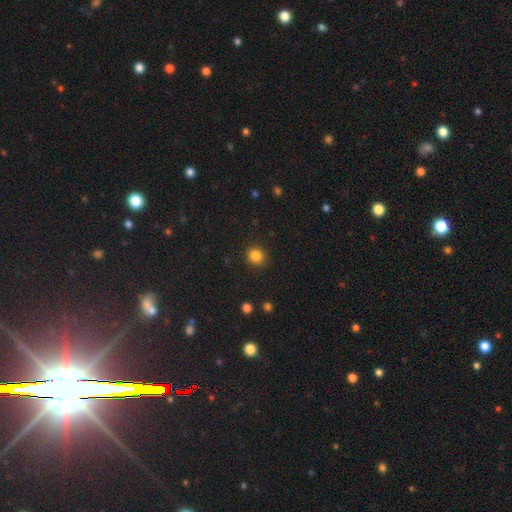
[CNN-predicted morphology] type=smooth (85%); roundness=round (78%); merging=none (90%).